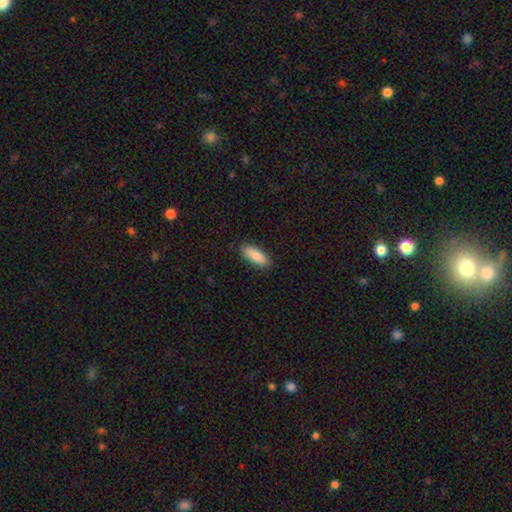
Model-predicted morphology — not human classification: Overall: smooth (84%). How rounded: in between (74%). Merging: none (88%).